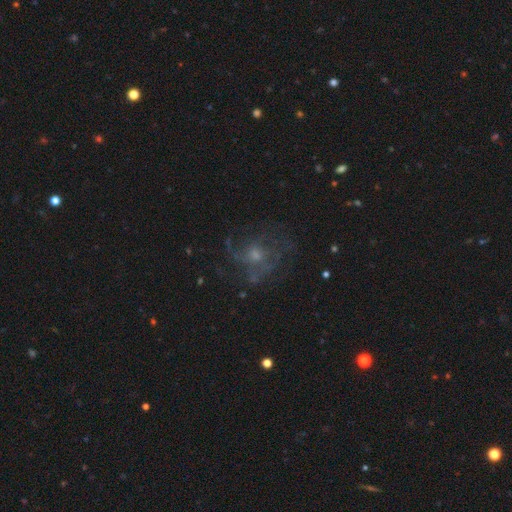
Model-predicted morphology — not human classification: Smooth or featured? Predicted: featured or disk (p=0.61). Edge-on disk? Predicted: no (p=0.97). Bar? Predicted: no (p=0.82). Spiral arms? Predicted: yes (p=0.68). Bulge size? Predicted: moderate (p=0.45). Merging? Predicted: none (p=0.56).